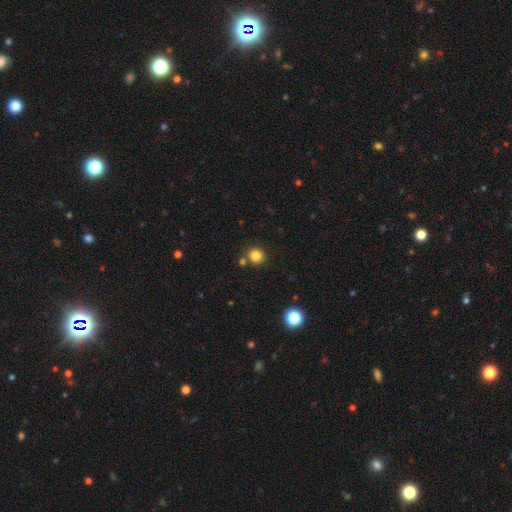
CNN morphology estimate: A smooth galaxy with no disk features (82%) that is round (91%). Merging: none (79%).